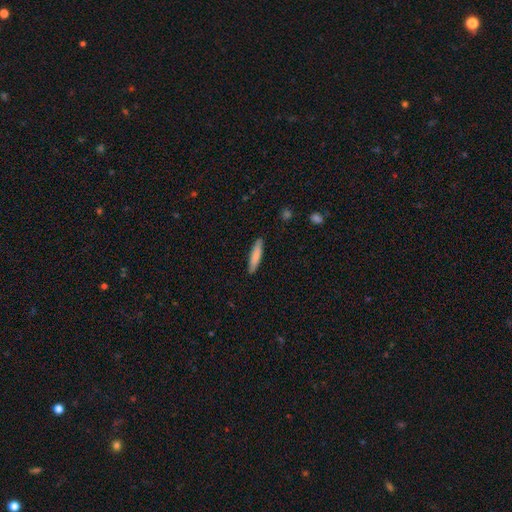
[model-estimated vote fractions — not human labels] Q: Smooth or featured?
A: smooth (80%); runner-up: featured or disk (15%)
Q: How rounded?
A: cigar-shaped (86%); runner-up: in between (13%)
Q: Merging?
A: none (88%); runner-up: minor disturbance (9%)